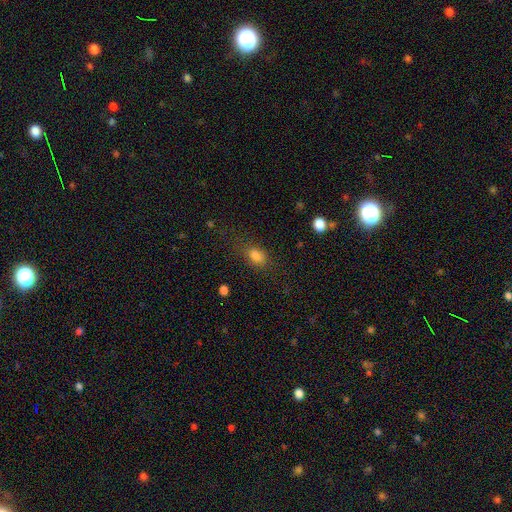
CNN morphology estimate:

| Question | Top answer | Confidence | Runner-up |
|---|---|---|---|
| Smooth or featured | smooth | 80% | star or artifact (12%) |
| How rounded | in between | 77% | round (20%) |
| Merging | none | 70% | minor disturbance (18%) |